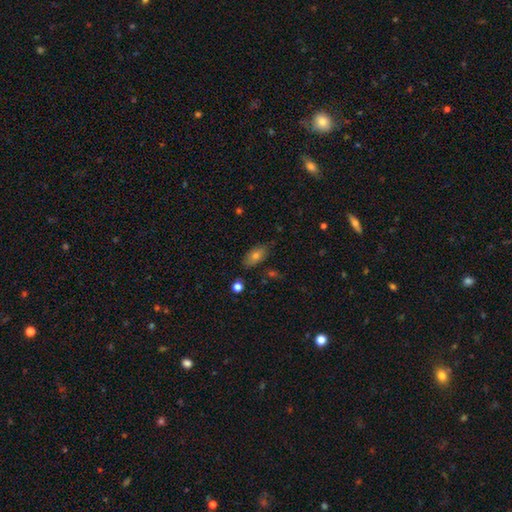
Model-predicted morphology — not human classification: Smooth or featured: smooth — 71% (featured or disk — 19%)
How rounded: in between — 87% (cigar-shaped — 7%)
Merging: none — 79% (minor disturbance — 16%)